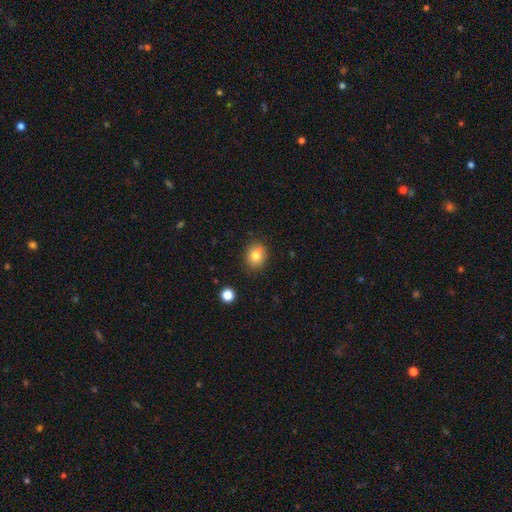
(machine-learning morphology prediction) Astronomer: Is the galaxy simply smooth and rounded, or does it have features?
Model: smooth — 80%.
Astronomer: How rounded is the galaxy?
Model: round — 64%.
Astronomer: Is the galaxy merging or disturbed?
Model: none — 81%.